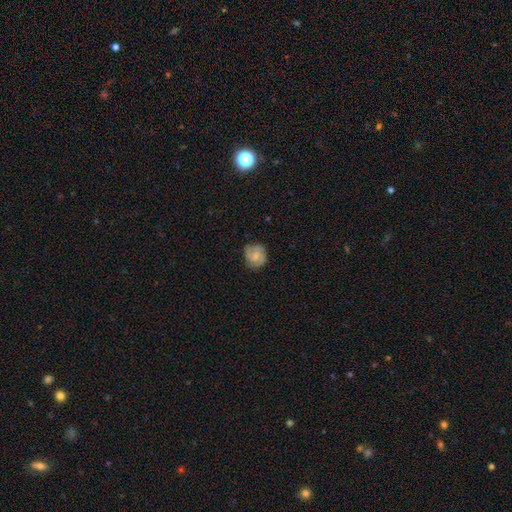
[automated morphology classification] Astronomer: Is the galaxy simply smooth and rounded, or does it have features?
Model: smooth — 47% (runner-up: featured or disk, 45%).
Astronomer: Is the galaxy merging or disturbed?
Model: none — 73%.